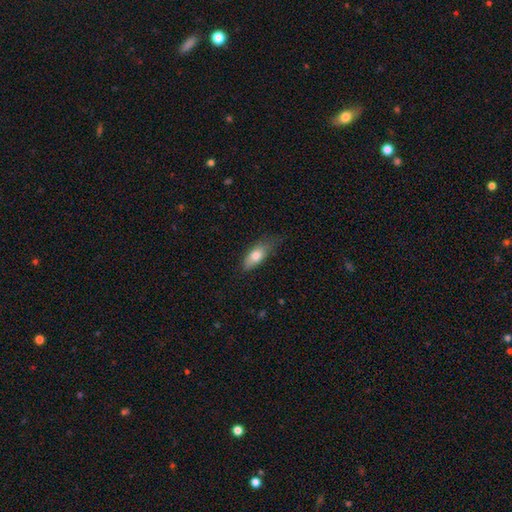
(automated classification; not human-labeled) Smooth or featured? smooth (77%)
How rounded? in between (81%)
Merging? none (54%)